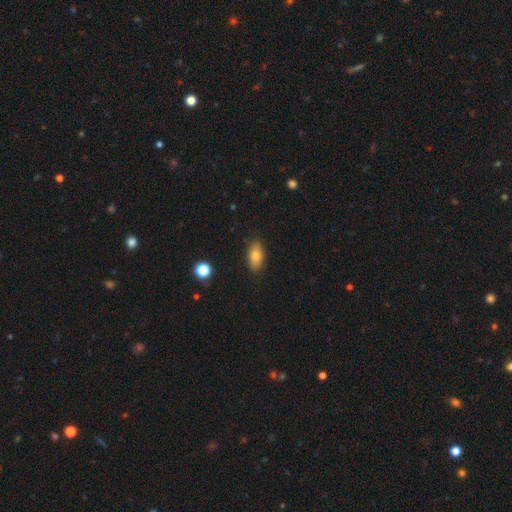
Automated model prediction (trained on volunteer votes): A smooth galaxy with no disk features (77%) that is in between round and cigar-shaped (88%). Merging: none (86%).